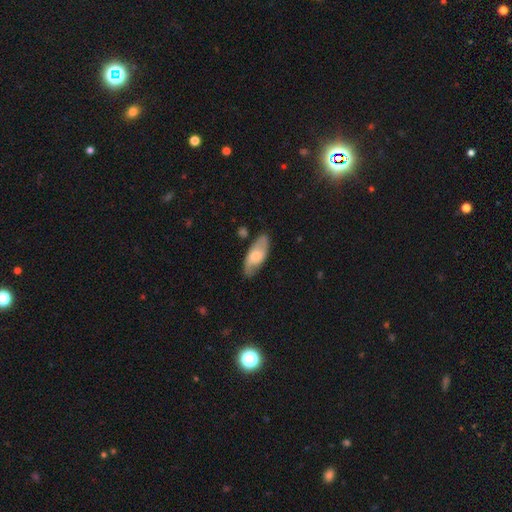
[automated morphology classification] The model was most divided on "smooth or featured": smooth: 57%, featured or disk: 37%, star or artifact: 6%. More confident: how rounded — in between (84%); merging — none (78%).